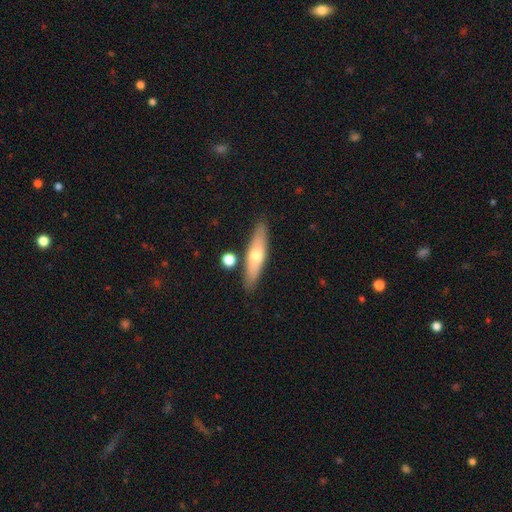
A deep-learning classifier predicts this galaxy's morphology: smooth 52%, featured or disk 42%, star or artifact 6%. Down the decision tree: how rounded — cigar-shaped (73%); merging — none (83%).